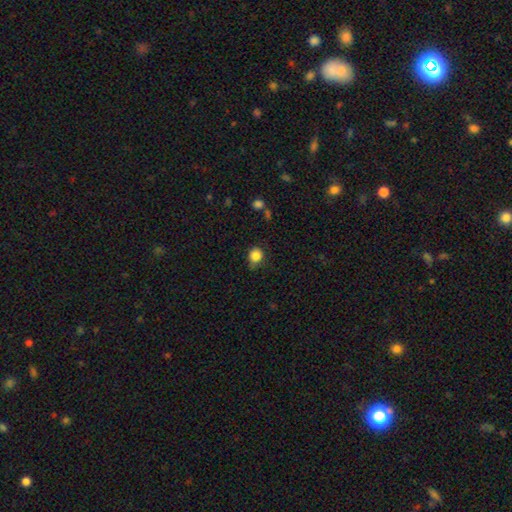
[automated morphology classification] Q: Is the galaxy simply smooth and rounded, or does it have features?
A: smooth — 85%.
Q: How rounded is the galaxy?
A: round — 77%.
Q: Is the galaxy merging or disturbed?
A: none — 64%.